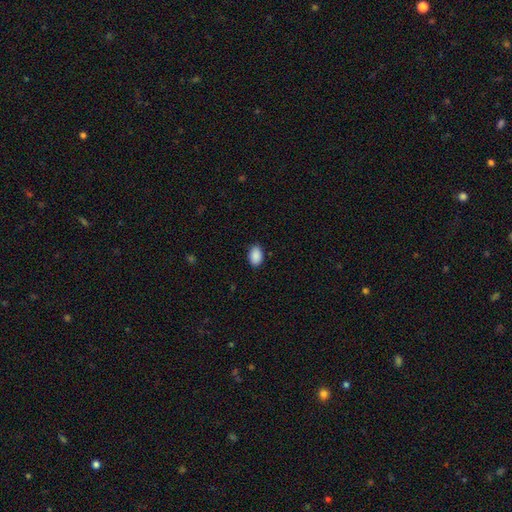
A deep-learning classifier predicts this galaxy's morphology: smooth 91%, star or artifact 7%, featured or disk 3%. Down the decision tree: how rounded — in between (90%); merging — none (88%).